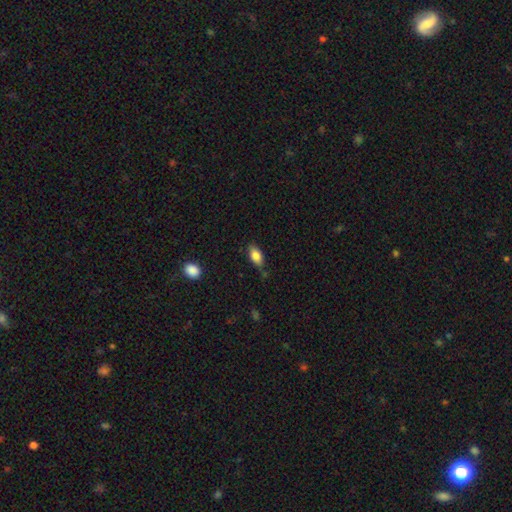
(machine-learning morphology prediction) smooth 82%, featured or disk 10%, star or artifact 8%. Down the decision tree: how rounded — in between (88%); merging — none (71%).